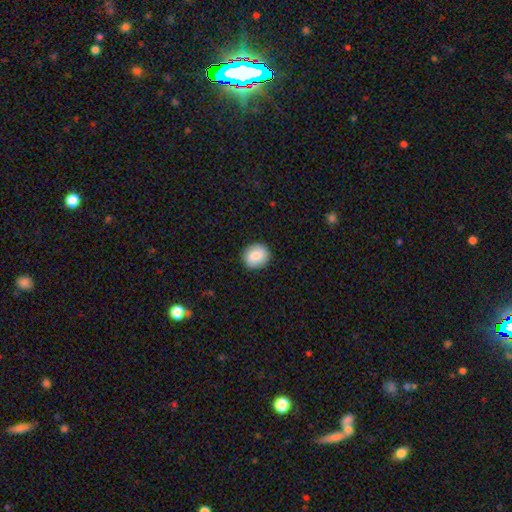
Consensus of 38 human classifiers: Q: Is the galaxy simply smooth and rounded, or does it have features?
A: smooth — 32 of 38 (84%).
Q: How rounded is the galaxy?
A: round — 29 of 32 (91%).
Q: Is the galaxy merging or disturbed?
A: none — 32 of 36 (89%).